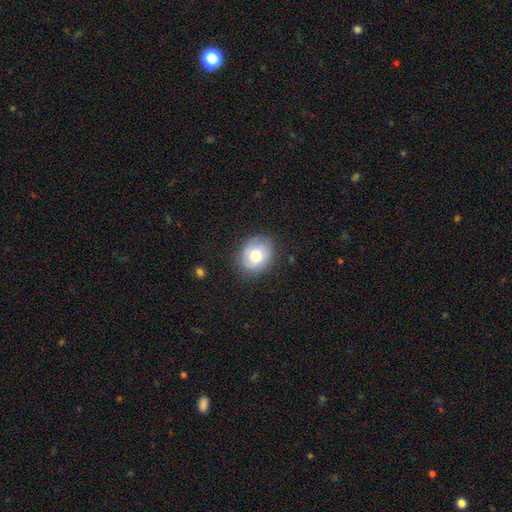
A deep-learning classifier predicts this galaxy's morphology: Smooth or featured? Predicted: smooth (p=0.69). How rounded? Predicted: round (p=0.57). Merging? Predicted: none (p=0.80).